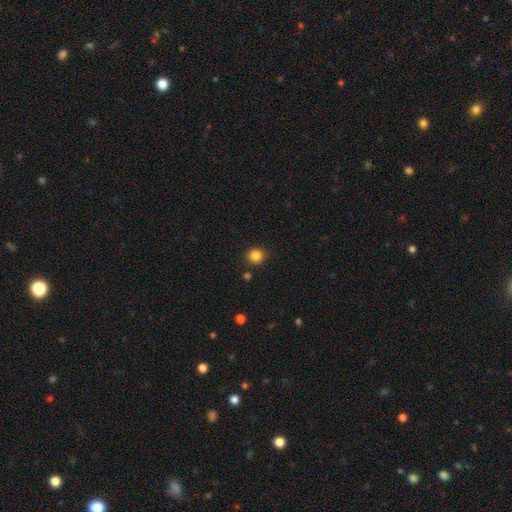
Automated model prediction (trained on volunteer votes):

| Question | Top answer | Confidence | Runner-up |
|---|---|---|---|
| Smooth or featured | smooth | 85% | star or artifact (11%) |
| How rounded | round | 89% | in between (10%) |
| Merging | none | 88% | minor disturbance (7%) |